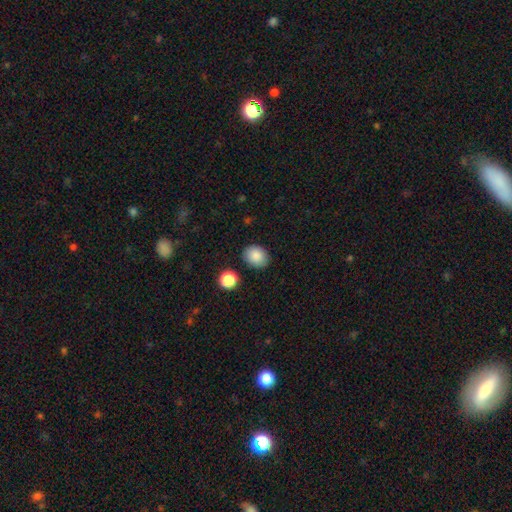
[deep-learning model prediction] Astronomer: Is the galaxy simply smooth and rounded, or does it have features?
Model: smooth — 87%.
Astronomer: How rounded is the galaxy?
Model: in between — 53% (runner-up: round, 46%).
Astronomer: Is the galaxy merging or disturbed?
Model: none — 85%.